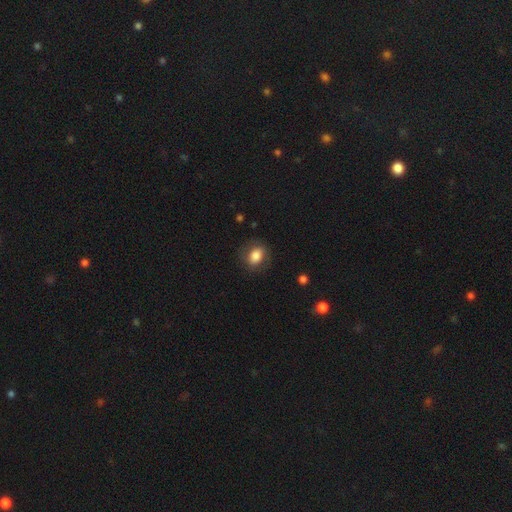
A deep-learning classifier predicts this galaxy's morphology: Smooth or featured? smooth (78%)
How rounded? in between (56%)
Merging? none (79%)